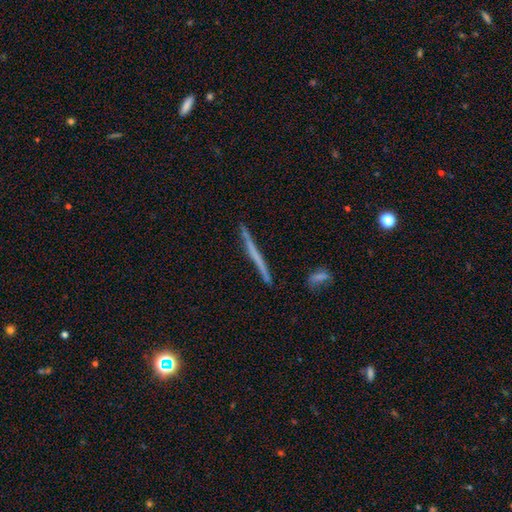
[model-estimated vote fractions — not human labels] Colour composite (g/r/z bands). It shows a featured or disk galaxy (51%) viewed edge-on (97%). Merging: none (88%).